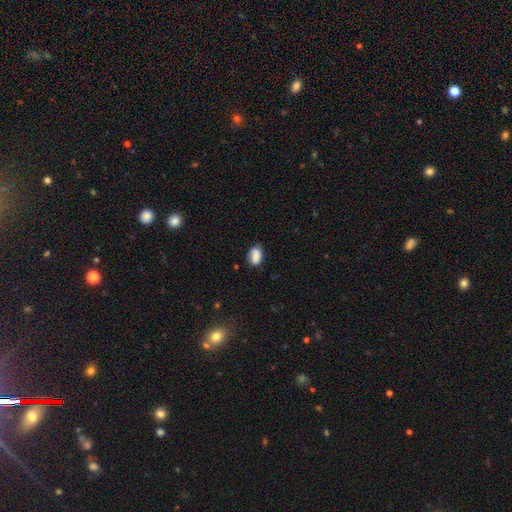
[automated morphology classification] smooth-or-featured: smooth: 84% | star or artifact: 8% | featured or disk: 8%
  how-rounded: in between: 87% | round: 10% | cigar-shaped: 3%
  merging: none: 68% | minor disturbance: 22% | merger: 5% | major disturbance: 5%